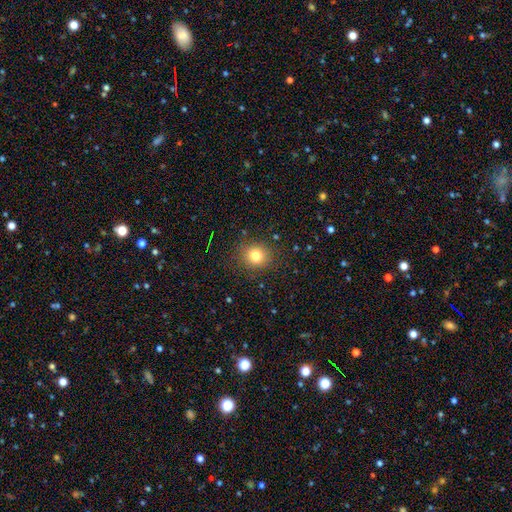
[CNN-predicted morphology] Overall: smooth (79%). How rounded: round (82%). Merging: none (87%).